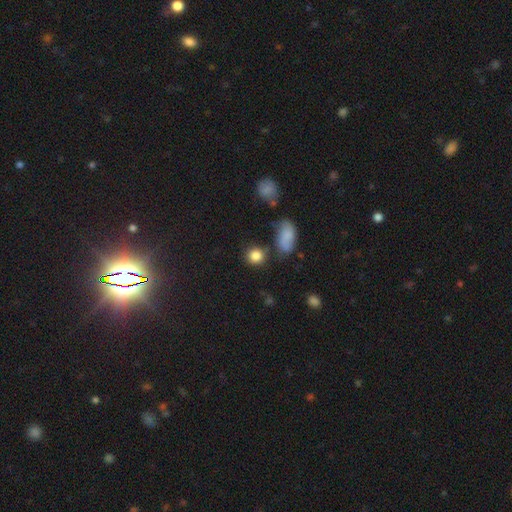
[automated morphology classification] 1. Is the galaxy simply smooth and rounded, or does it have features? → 84% smooth, 11% star or artifact, 5% featured or disk.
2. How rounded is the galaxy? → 81% round, 18% in between, 1% cigar-shaped.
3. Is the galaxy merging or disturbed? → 76% none, 12% minor disturbance, 8% merger, 4% major disturbance.